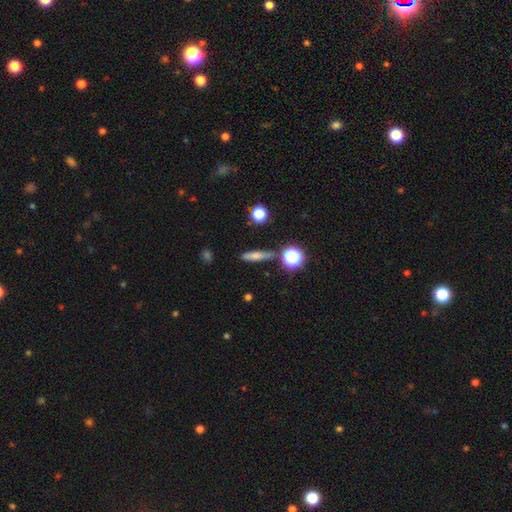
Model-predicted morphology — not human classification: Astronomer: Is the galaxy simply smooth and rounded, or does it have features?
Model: smooth — 65%.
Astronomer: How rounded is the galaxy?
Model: cigar-shaped — 72%.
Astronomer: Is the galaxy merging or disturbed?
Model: none — 82%.